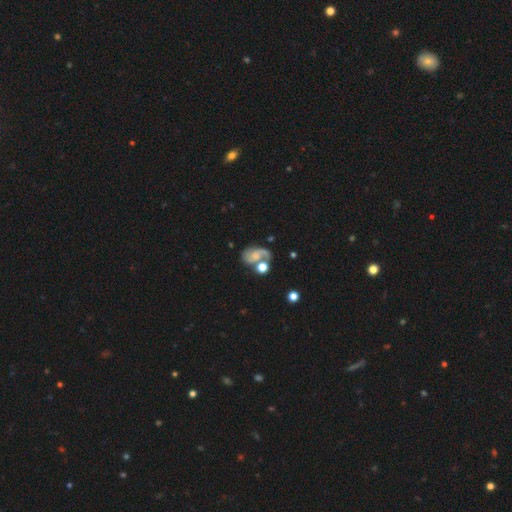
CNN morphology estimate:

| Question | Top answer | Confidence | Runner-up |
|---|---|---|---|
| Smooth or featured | featured or disk | 72% | smooth (18%) |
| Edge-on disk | no | 98% | yes (2%) |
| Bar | no | 63% | weak (31%) |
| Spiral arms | yes | 92% | no (8%) |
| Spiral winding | medium | 43% | tied: loose (43%) |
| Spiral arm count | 2 | 77% | 1 (15%) |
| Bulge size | small | 45% | moderate (24%) |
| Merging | none | 44% | merger (23%) |